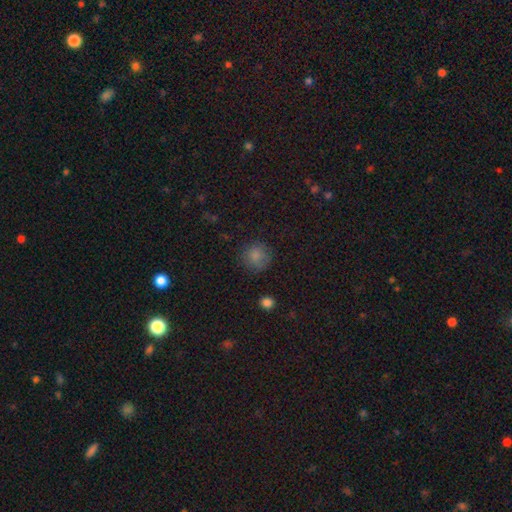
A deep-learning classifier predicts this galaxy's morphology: smooth 83%, star or artifact 11%, featured or disk 6%. Down the decision tree: how rounded — round (91%); merging — none (79%).